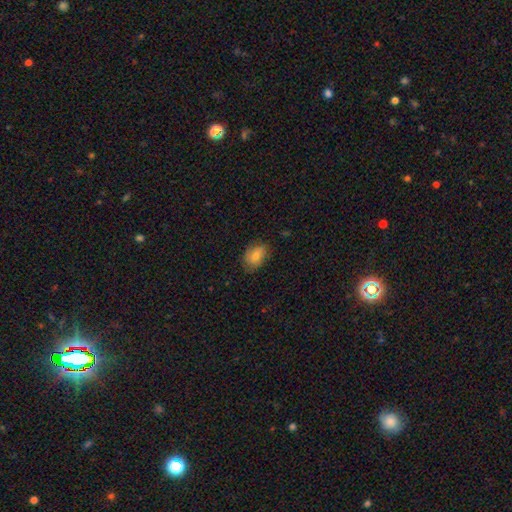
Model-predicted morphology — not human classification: This appears to be a smooth galaxy with no disk features (76%) that is in between round and cigar-shaped (80%). Merging: none (76%).